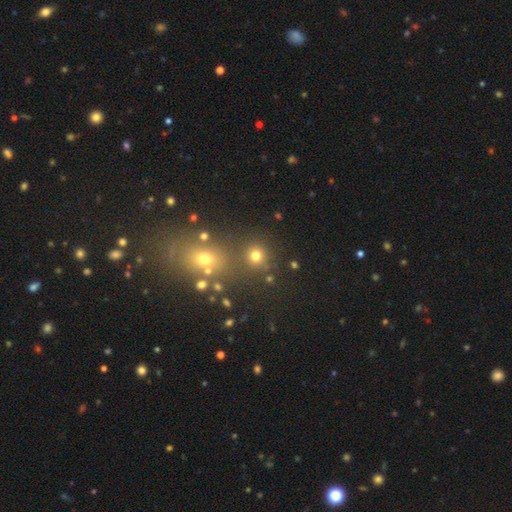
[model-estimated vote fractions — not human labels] Smooth or featured: smooth — 74% (star or artifact — 19%)
How rounded: round — 88% (in between — 10%)
Merging: none — 77% (merger — 12%)